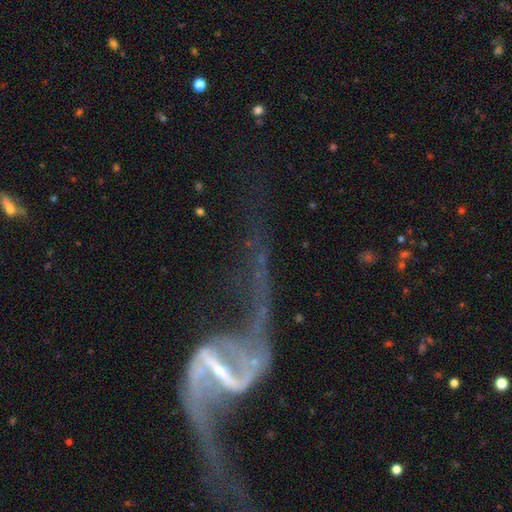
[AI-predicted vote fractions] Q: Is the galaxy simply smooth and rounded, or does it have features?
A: featured or disk — 90%.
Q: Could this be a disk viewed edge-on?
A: no — 94%.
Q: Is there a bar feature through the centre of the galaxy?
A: strong — 60%.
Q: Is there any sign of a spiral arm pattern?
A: yes — 94%.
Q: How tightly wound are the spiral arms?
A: loose — 85%.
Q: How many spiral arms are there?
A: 2 — 93%.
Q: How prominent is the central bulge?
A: small — 72%.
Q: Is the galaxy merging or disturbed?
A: none — 46%.